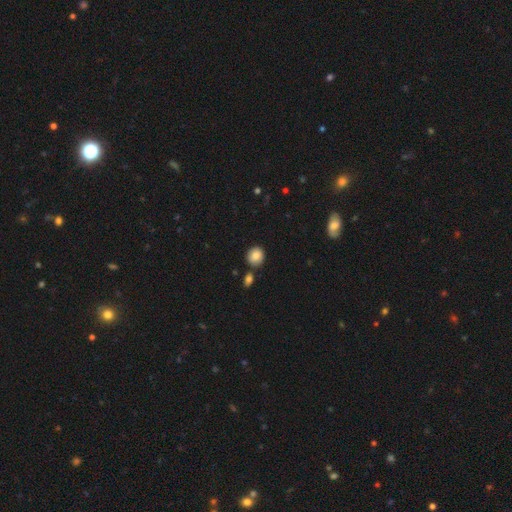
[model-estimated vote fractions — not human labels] smooth_or_featured: smooth (p=0.85) [alt: star or artifact p=0.08]
how_rounded: round (p=0.82) [alt: in between p=0.17]
merging: none (p=0.79) [alt: minor disturbance p=0.10]